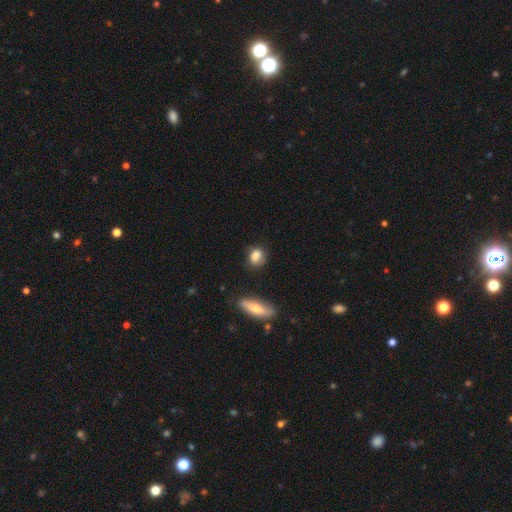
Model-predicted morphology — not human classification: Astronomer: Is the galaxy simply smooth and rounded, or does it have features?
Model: smooth — 80%.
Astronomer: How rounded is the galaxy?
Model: round — 50% (runner-up: in between, 47%).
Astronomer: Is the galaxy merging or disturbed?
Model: none — 67%.